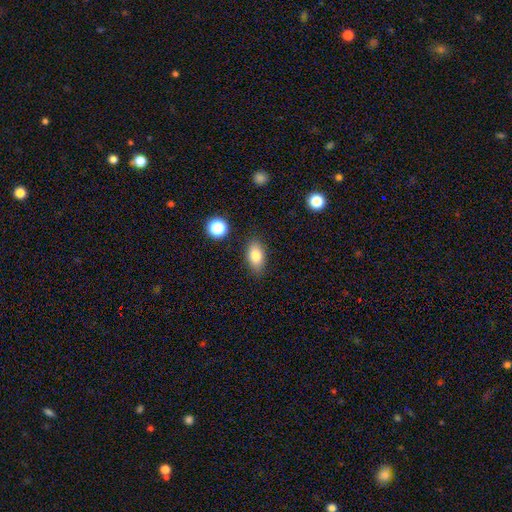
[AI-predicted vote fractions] Smooth or featured?
  - smooth: 82% *
  - featured or disk: 10%
  - star or artifact: 8%
How rounded?
  - in between: 87% *
  - round: 8%
  - cigar-shaped: 4%
Merging?
  - none: 83% *
  - minor disturbance: 11%
  - major disturbance: 3%
  - merger: 2%